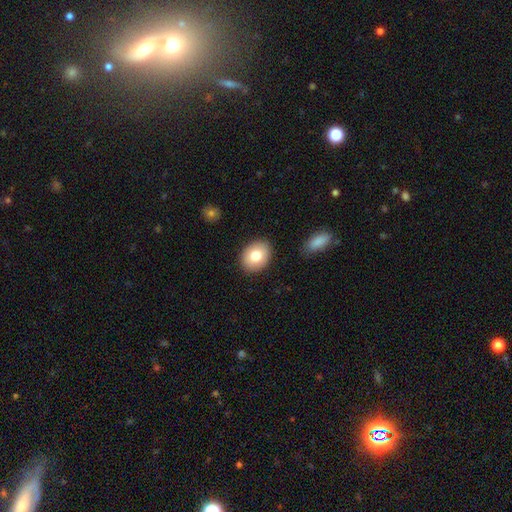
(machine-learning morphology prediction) The model was most divided on "how rounded": in between: 63%, round: 36%, cigar-shaped: 1%. More confident: merging — none (87%); smooth or featured — smooth (79%).